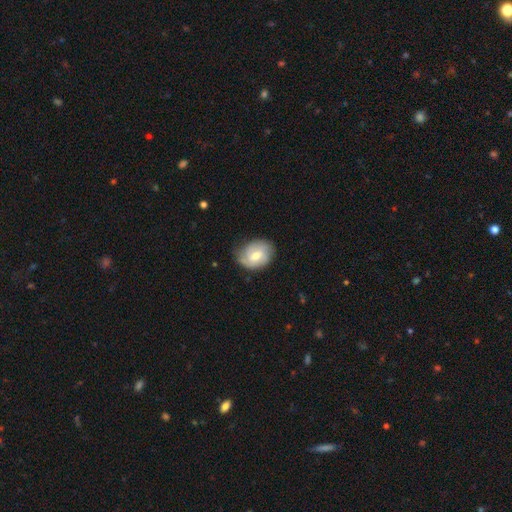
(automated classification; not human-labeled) featured or disk 48%, smooth 45%, star or artifact 6%. Down the decision tree: merging — none (68%).